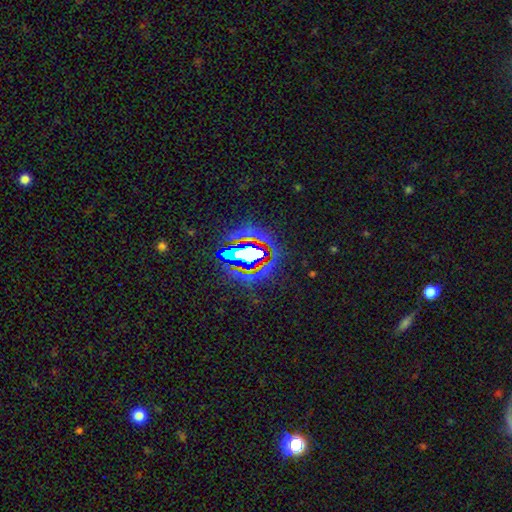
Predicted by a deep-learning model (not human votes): The model was most divided on "smooth or featured": star or artifact: 64%, smooth: 18%, featured or disk: 18%.